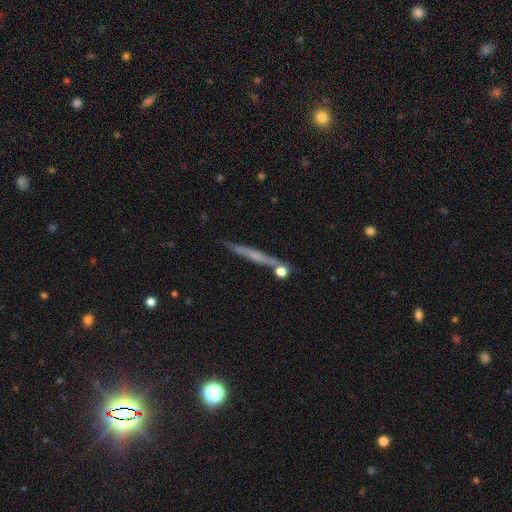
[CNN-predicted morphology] A featured or disk galaxy (52%) viewed edge-on (95%).

Vote fractions:
- Smooth or featured? featured or disk: 52% / smooth: 38% / star or artifact: 10%
- Edge-on disk? yes: 95% / no: 5%
- Merging? none: 83% / minor disturbance: 10% / merger: 5% / major disturbance: 3%